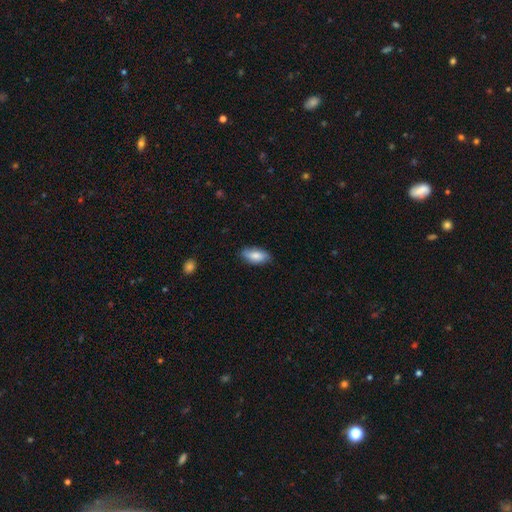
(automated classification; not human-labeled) smooth_or_featured: smooth (p=0.78) [alt: featured or disk p=0.16]
how_rounded: in between (p=0.86) [alt: cigar-shaped p=0.11]
merging: none (p=0.80) [alt: minor disturbance p=0.16]